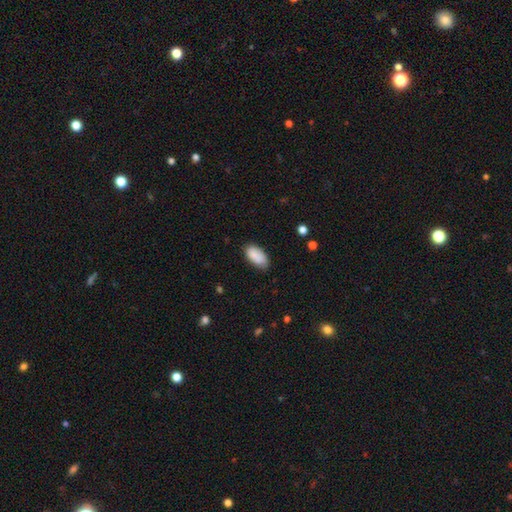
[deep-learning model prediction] Smooth or featured?
  - smooth: 86% *
  - featured or disk: 7%
  - star or artifact: 7%
How rounded?
  - in between: 94% *
  - cigar-shaped: 4%
  - round: 2%
Merging?
  - none: 74% *
  - minor disturbance: 20%
  - major disturbance: 4%
  - merger: 2%